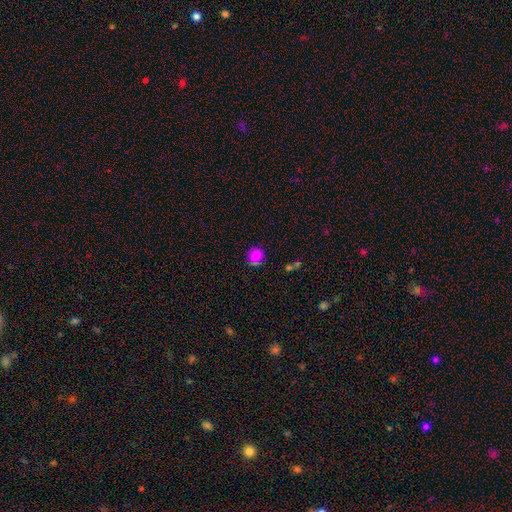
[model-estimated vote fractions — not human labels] This is clearly a smooth galaxy (81%). How rounded: clearly round (85%). Merging: likely none (72%).